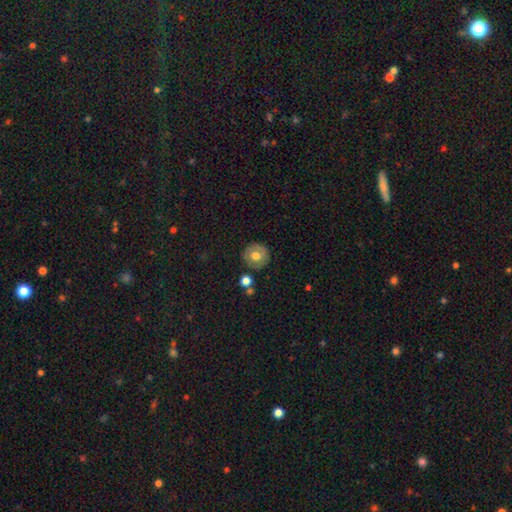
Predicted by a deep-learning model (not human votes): Smooth or featured?
  - smooth: 68% *
  - featured or disk: 24%
  - star or artifact: 8%
How rounded?
  - round: 93% *
  - in between: 6%
  - cigar-shaped: 1%
Merging?
  - none: 85% *
  - minor disturbance: 9%
  - merger: 3%
  - major disturbance: 2%